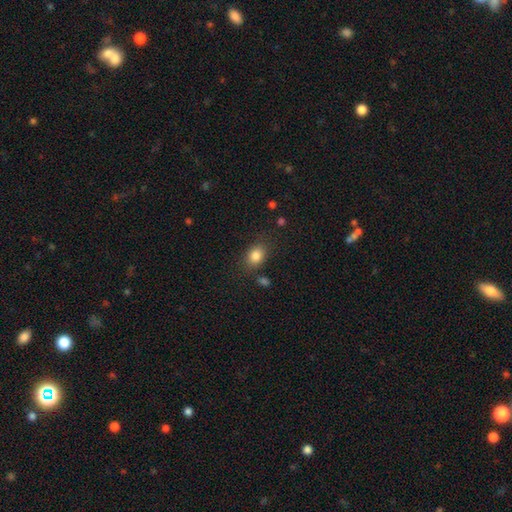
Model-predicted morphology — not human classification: Smooth or featured? smooth (83%)
How rounded? in between (61%)
Merging? none (78%)